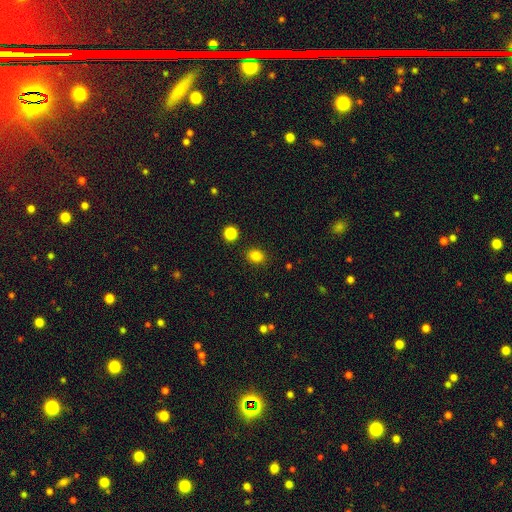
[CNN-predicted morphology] Q: Smooth or featured?
A: smooth (84%); runner-up: star or artifact (12%)
Q: How rounded?
A: in between (58%); runner-up: round (41%)
Q: Merging?
A: none (86%); runner-up: minor disturbance (9%)